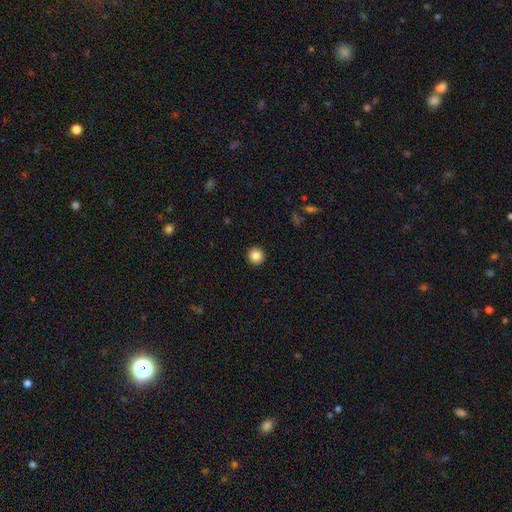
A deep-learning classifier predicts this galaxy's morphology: This appears to be a smooth galaxy with no disk features (85%) that is round (95%). Merging: none (93%).